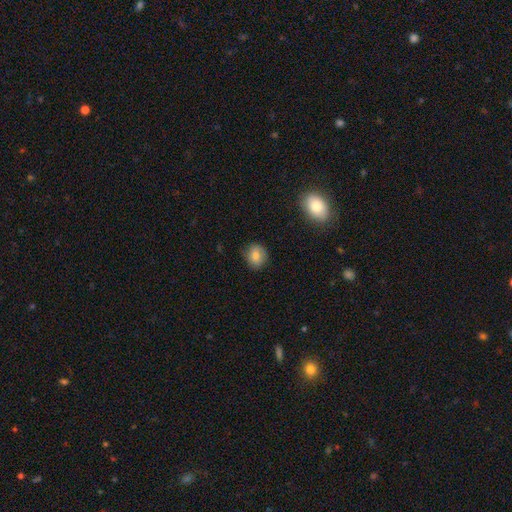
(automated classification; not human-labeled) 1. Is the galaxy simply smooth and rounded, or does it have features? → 80% smooth, 10% featured or disk, 9% star or artifact.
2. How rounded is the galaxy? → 73% round, 26% in between, 1% cigar-shaped.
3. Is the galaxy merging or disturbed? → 83% none, 14% minor disturbance, 3% major disturbance, 1% merger.